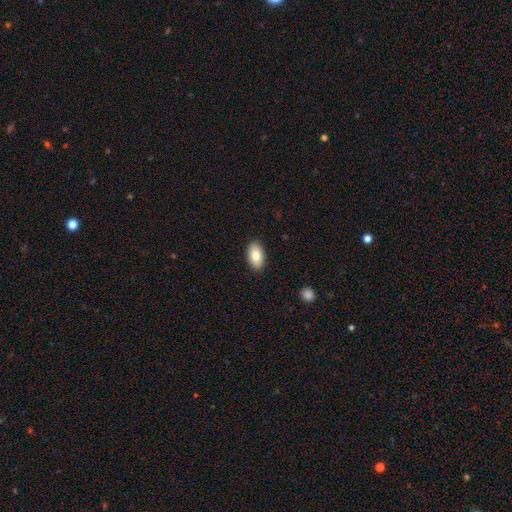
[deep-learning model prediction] Q: Smooth or featured?
A: smooth (83%); runner-up: featured or disk (10%)
Q: How rounded?
A: in between (94%); runner-up: round (4%)
Q: Merging?
A: none (89%); runner-up: minor disturbance (8%)